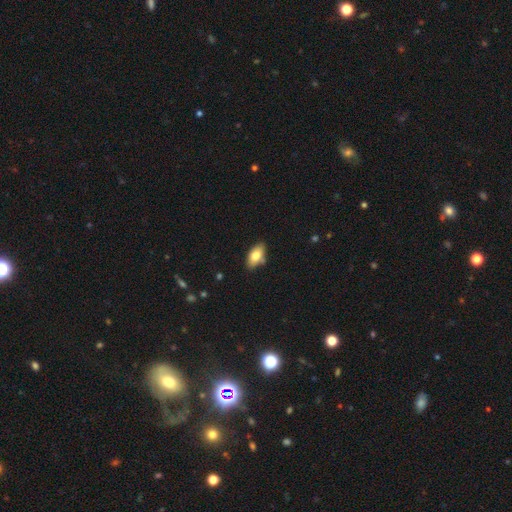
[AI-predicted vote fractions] A smooth galaxy with no disk features (76%) that is in between round and cigar-shaped (91%). Merging: none (80%).